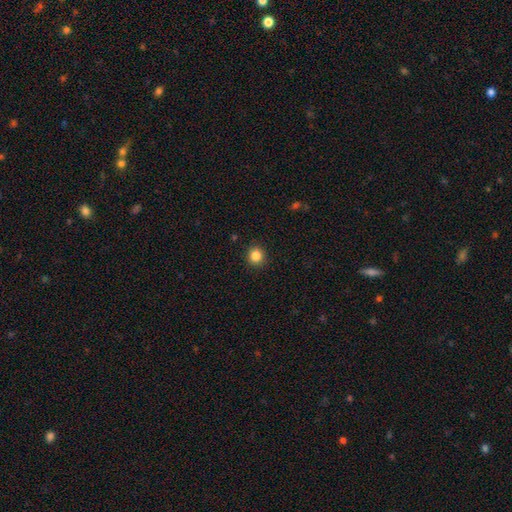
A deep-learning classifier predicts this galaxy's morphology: The model was most divided on "smooth or featured": smooth: 85%, star or artifact: 11%, featured or disk: 4%. More confident: merging — none (91%); how rounded — round (91%).